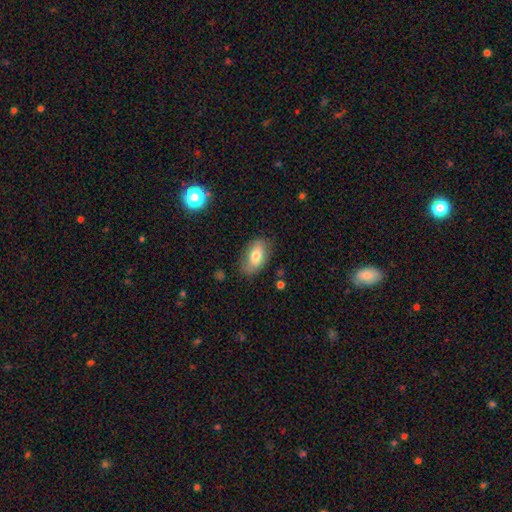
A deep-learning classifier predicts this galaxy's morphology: Smooth or featured: smooth — 71% (featured or disk — 21%)
How rounded: in between — 91% (round — 6%)
Merging: none — 76% (minor disturbance — 18%)